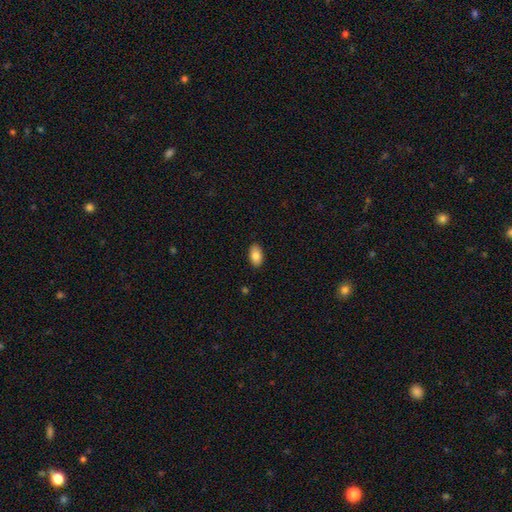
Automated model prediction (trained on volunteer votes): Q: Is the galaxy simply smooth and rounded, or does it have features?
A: smooth — 83%.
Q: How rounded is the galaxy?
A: in between — 93%.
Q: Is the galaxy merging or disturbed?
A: none — 89%.